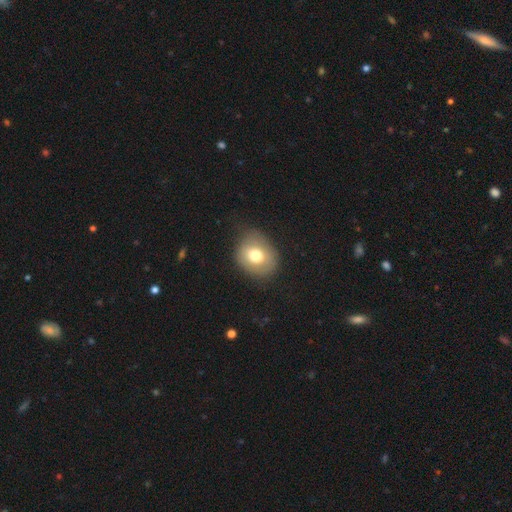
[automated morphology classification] This is likely a smooth galaxy (72%). How rounded: likely round (60%). Merging: likely none (70%).